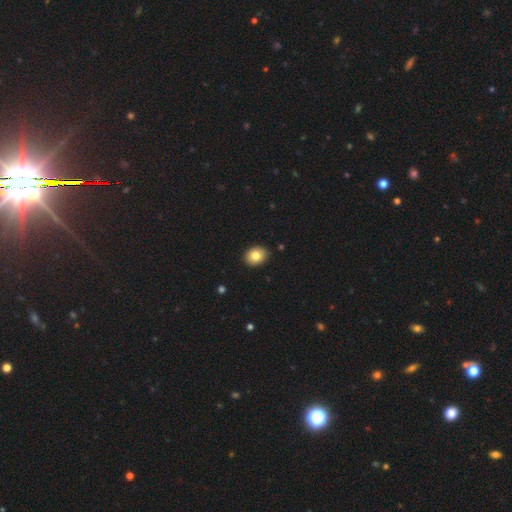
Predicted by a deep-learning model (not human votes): This is clearly a smooth galaxy (82%). How rounded: possibly in between (55%). Merging: clearly none (89%).